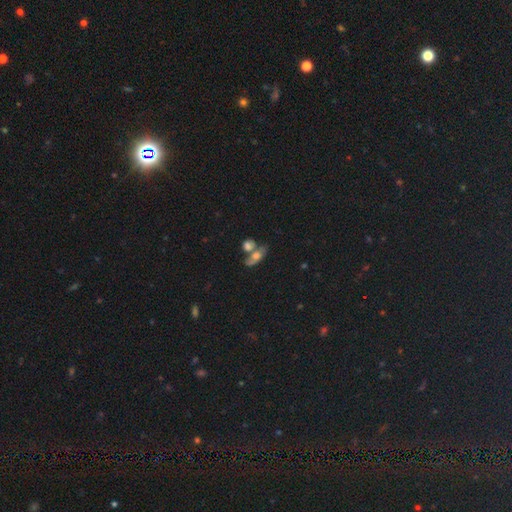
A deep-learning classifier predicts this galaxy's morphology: Overall: smooth (42%; featured or disk 32%). Merging: none (46%; merger 36%).